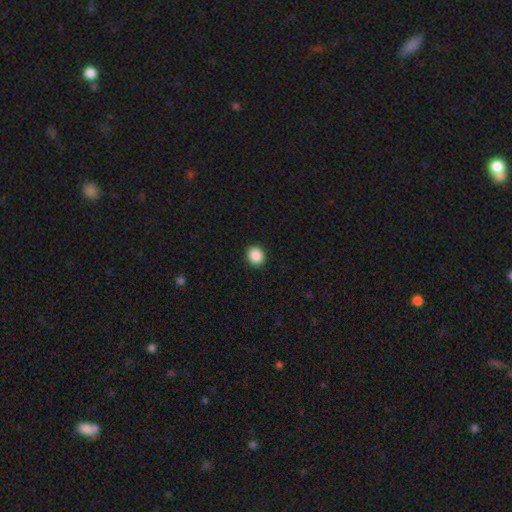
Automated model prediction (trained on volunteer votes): Smooth or featured?
  - smooth: 89% *
  - star or artifact: 8%
  - featured or disk: 3%
How rounded?
  - round: 71% *
  - in between: 28%
  - cigar-shaped: 1%
Merging?
  - none: 92% *
  - minor disturbance: 6%
  - major disturbance: 2%
  - merger: 1%